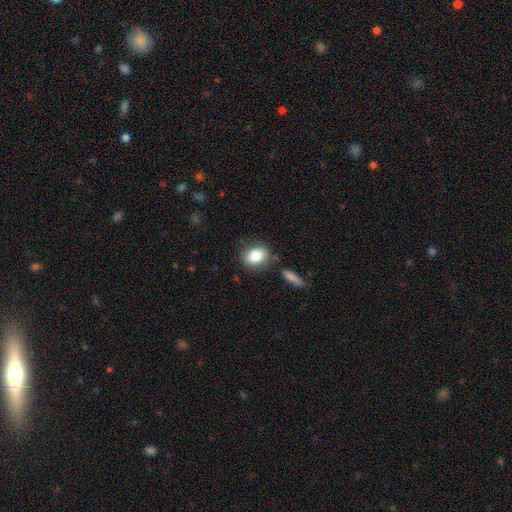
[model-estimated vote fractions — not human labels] Overall: smooth (83%). How rounded: in between (58%; round 40%). Merging: none (77%).